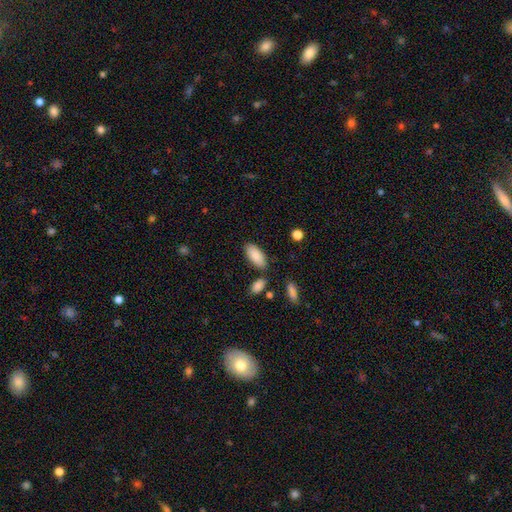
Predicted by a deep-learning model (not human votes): Smooth or featured? Predicted: smooth (p=0.87). How rounded? Predicted: in between (p=0.90). Merging? Predicted: none (p=0.79).